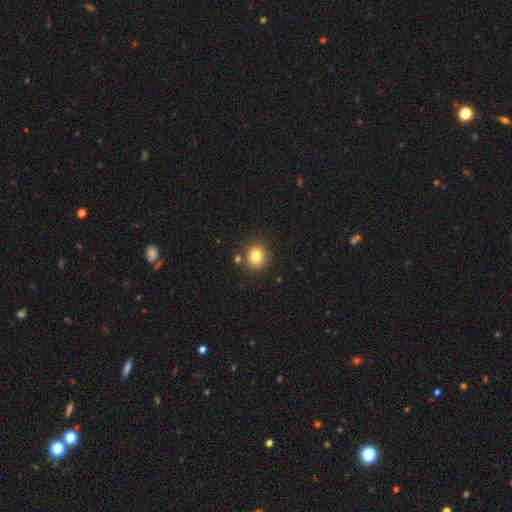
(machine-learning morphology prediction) Smooth or featured? smooth (80%)
How rounded? round (73%)
Merging? none (81%)